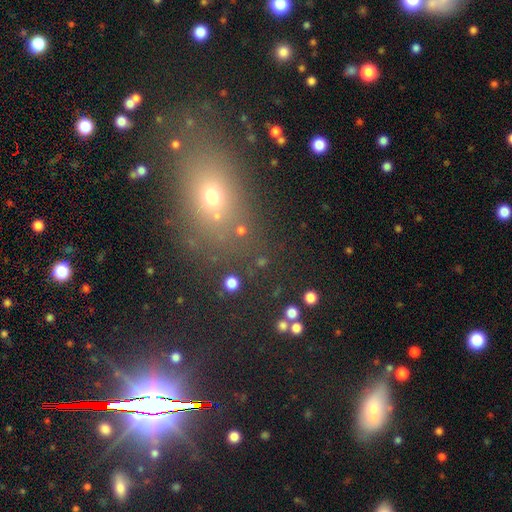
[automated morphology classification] Smooth or featured?
  - smooth: 44% *
  - star or artifact: 38%
  - featured or disk: 18%
Merging?
  - none: 79% *
  - minor disturbance: 11%
  - major disturbance: 6%
  - merger: 4%